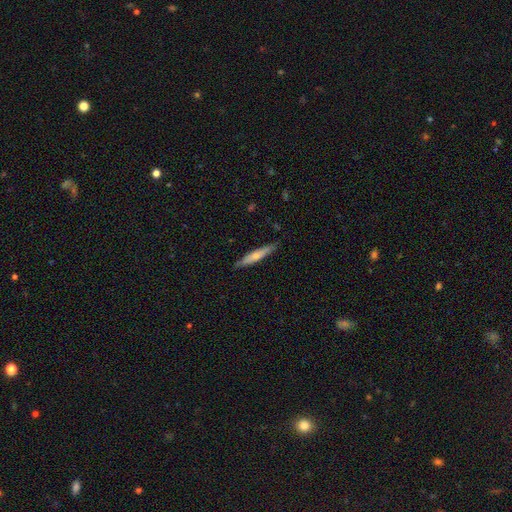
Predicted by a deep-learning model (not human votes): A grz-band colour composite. It shows a smooth galaxy with no disk features (61%) that is cigar-shaped (90%). Merging: none (84%).